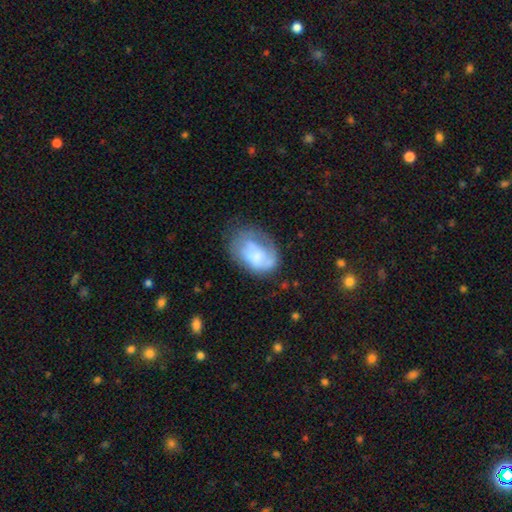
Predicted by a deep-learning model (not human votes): Smooth or featured?
  - smooth: 47% *
  - featured or disk: 45%
  - star or artifact: 9%
Merging?
  - none: 45% *
  - minor disturbance: 29%
  - major disturbance: 22%
  - merger: 4%